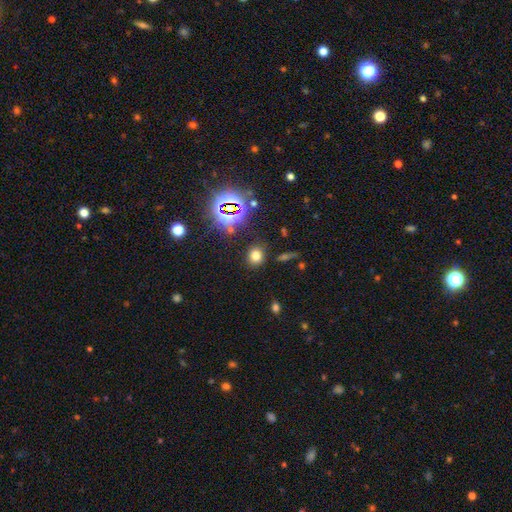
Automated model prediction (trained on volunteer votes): Overall: smooth (69%). How rounded: round (77%). Merging: none (86%).